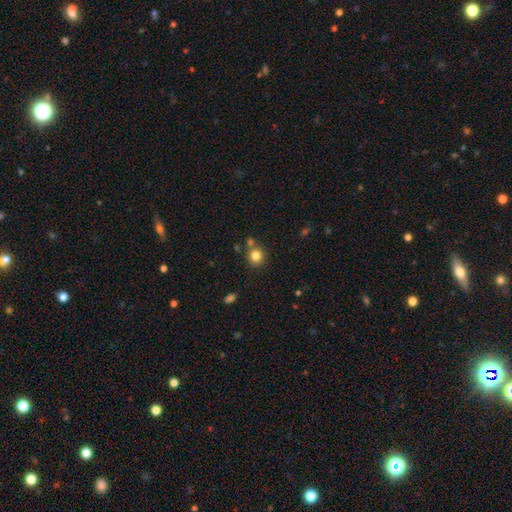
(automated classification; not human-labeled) Q: Smooth or featured?
A: smooth (82%); runner-up: star or artifact (12%)
Q: How rounded?
A: round (88%); runner-up: in between (11%)
Q: Merging?
A: none (74%); runner-up: merger (14%)